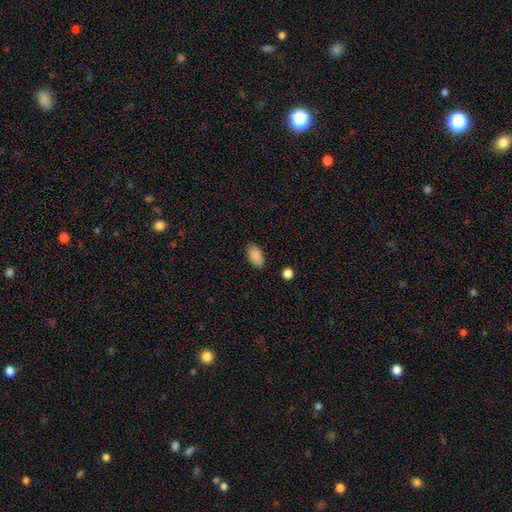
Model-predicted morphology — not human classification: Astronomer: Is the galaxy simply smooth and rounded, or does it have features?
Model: smooth — 87%.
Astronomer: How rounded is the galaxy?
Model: in between — 93%.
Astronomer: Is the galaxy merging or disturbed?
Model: none — 81%.